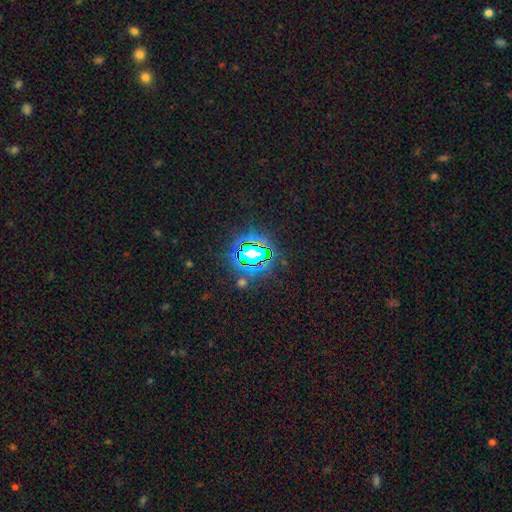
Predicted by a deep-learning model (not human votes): The model was most divided on "smooth or featured": star or artifact: 76%, smooth: 15%, featured or disk: 9%.